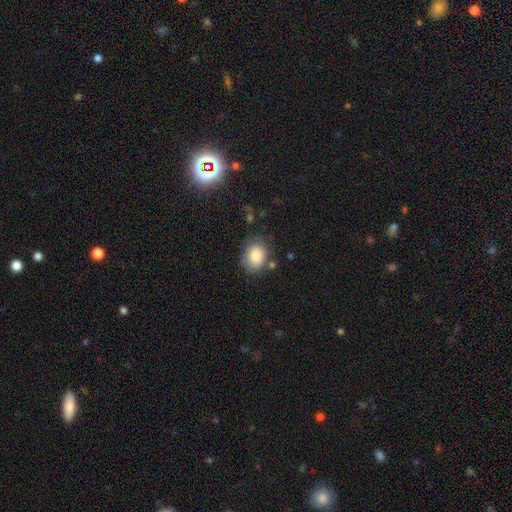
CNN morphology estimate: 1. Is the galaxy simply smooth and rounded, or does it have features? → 85% smooth, 8% star or artifact, 7% featured or disk.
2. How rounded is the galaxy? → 57% in between, 42% round, 1% cigar-shaped.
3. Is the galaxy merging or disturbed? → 76% none, 15% minor disturbance, 5% merger, 4% major disturbance.